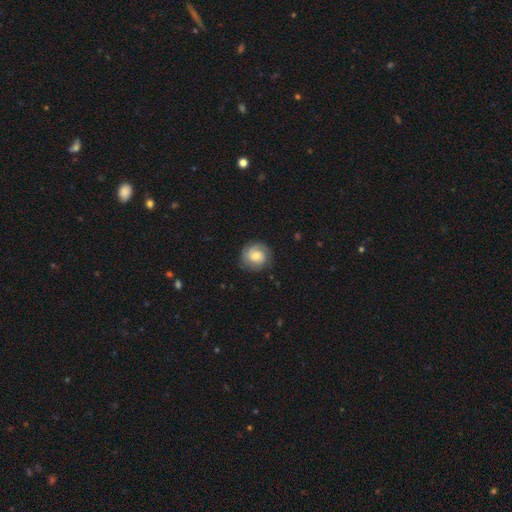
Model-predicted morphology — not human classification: Q: Smooth or featured?
A: smooth (48%); runner-up: featured or disk (44%)
Q: Merging?
A: none (81%); runner-up: minor disturbance (13%)